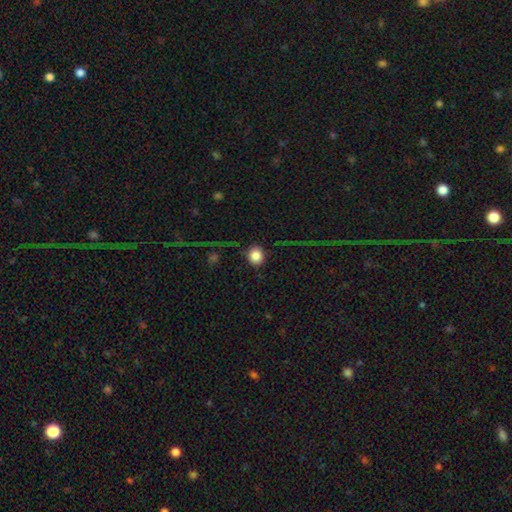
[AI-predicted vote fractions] Overall: smooth (83%). How rounded: round (81%). Merging: none (81%).